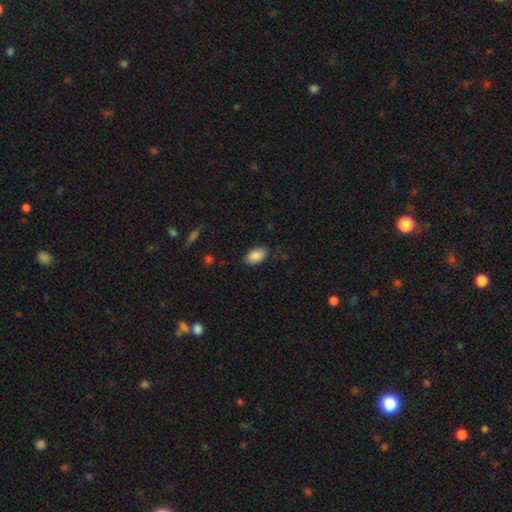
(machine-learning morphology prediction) smooth 88%, star or artifact 7%, featured or disk 5%. Down the decision tree: how rounded — in between (94%); merging — none (84%).